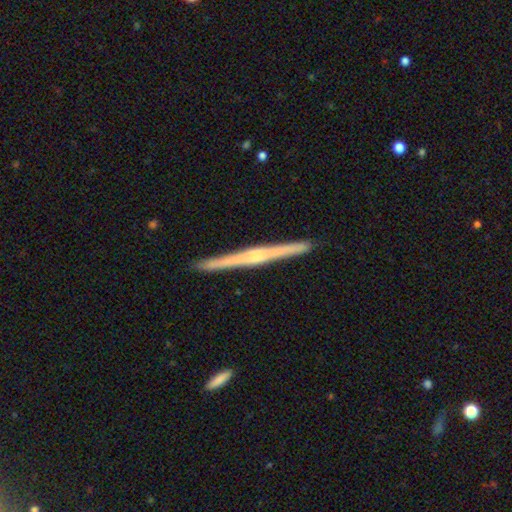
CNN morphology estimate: Smooth or featured?
  - featured or disk: 78% *
  - smooth: 17%
  - star or artifact: 5%
Edge-on disk?
  - yes: 98% *
  - no: 2%
Edge-on bulge?
  - rounded: 63% *
  - none: 23%
  - boxy: 14%
Merging?
  - none: 92% *
  - minor disturbance: 5%
  - major disturbance: 1%
  - merger: 1%